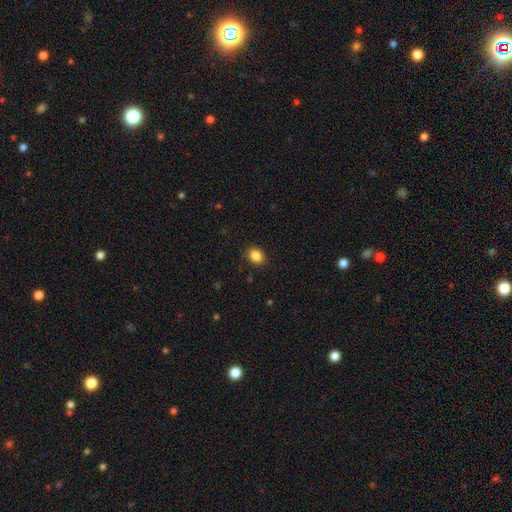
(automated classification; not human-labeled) A smooth galaxy with no disk features (86%) that is in between round and cigar-shaped (53%).

Vote fractions:
- Smooth or featured? smooth: 86% / star or artifact: 10% / featured or disk: 4%
- How rounded? in between: 53% / round: 46% / cigar-shaped: 1%
- Merging? none: 88% / minor disturbance: 9% / major disturbance: 2% / merger: 1%